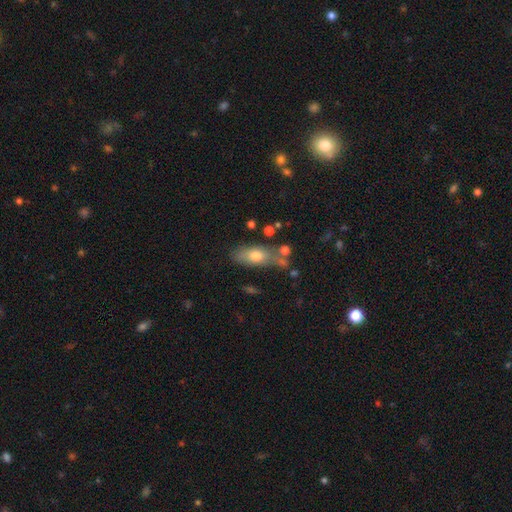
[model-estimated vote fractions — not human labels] A smooth galaxy with no disk features (70%) that is in between round and cigar-shaped (79%).

Vote fractions:
- Smooth or featured? smooth: 70% / featured or disk: 22% / star or artifact: 8%
- How rounded? in between: 79% / cigar-shaped: 15% / round: 6%
- Merging? none: 57% / minor disturbance: 21% / merger: 13% / major disturbance: 9%